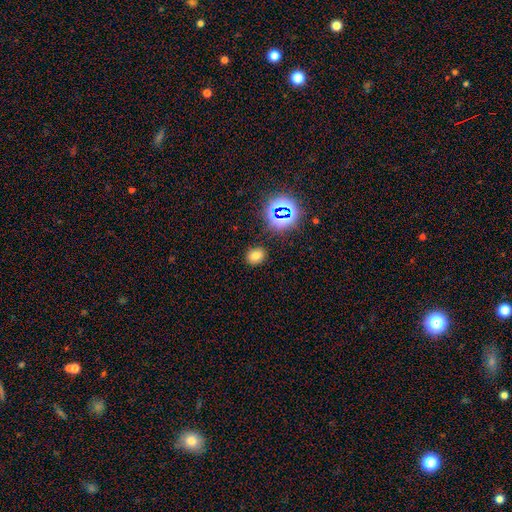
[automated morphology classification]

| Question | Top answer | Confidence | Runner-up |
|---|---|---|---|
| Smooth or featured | smooth | 69% | star or artifact (22%) |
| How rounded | round | 55% | in between (44%) |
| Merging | none | 86% | minor disturbance (9%) |